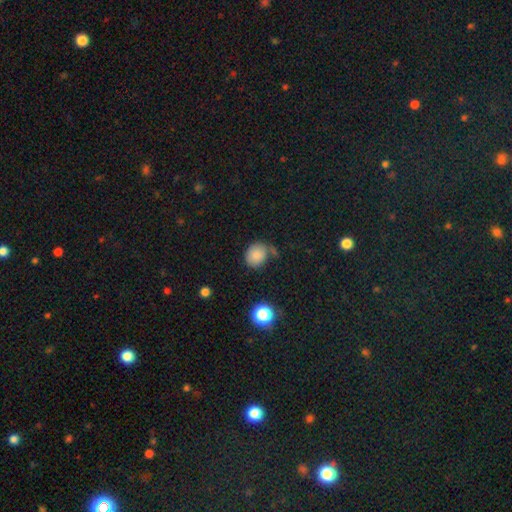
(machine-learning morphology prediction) A smooth galaxy with no disk features (83%) that is round (67%). Merging: none (59%).